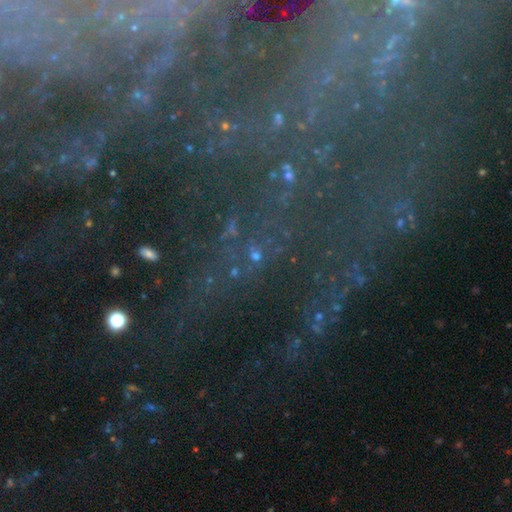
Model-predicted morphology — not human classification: A star or artifact, not a galaxy (66%).